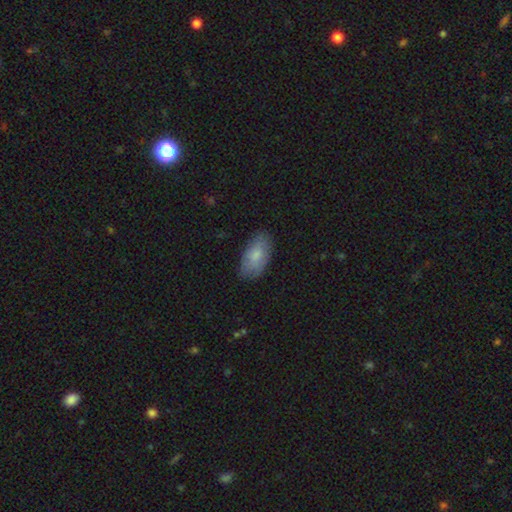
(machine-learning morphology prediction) smooth 79%, featured or disk 15%, star or artifact 6%. Down the decision tree: how rounded — in between (94%); merging — none (79%).